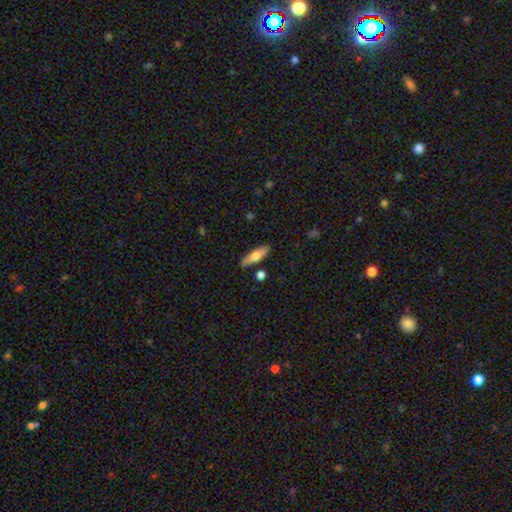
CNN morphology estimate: Overall: smooth (57%; featured or disk 37%). How rounded: cigar-shaped (60%; in between 37%). Merging: none (86%).